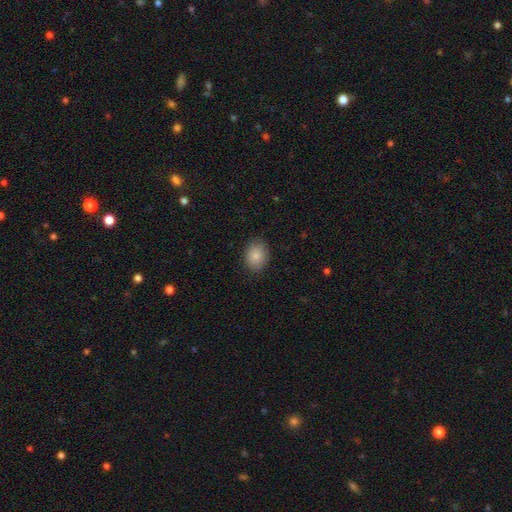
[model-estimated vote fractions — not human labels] smooth 86%, star or artifact 8%, featured or disk 6%. Down the decision tree: how rounded — in between (62%); merging — none (86%).